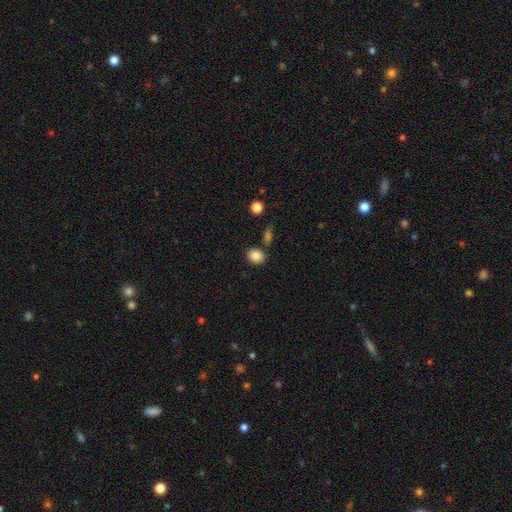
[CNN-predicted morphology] A smooth galaxy with no disk features (86%) that is round (53%). Merging: none (77%).